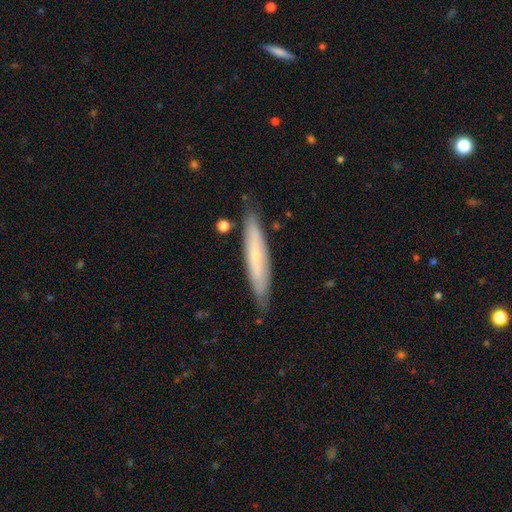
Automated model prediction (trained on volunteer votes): smooth_or_featured: smooth (p=0.48) [alt: featured or disk p=0.46]
merging: none (p=0.82) [alt: minor disturbance p=0.13]